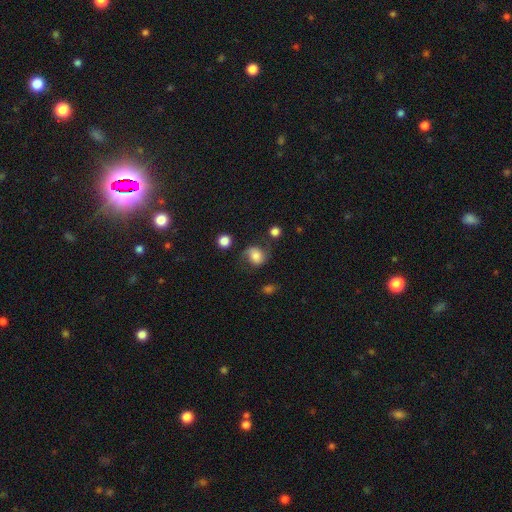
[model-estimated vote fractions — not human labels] Morphology: type=smooth (59%); roundness=round (57%); merging=none (57%).